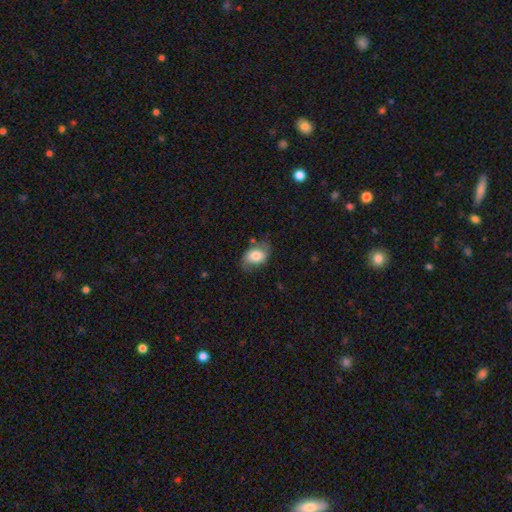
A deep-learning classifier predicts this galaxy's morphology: Smooth or featured?
  - smooth: 72% *
  - featured or disk: 21%
  - star or artifact: 8%
How rounded?
  - in between: 82% *
  - round: 17%
  - cigar-shaped: 1%
Merging?
  - none: 63% *
  - minor disturbance: 25%
  - major disturbance: 9%
  - merger: 3%